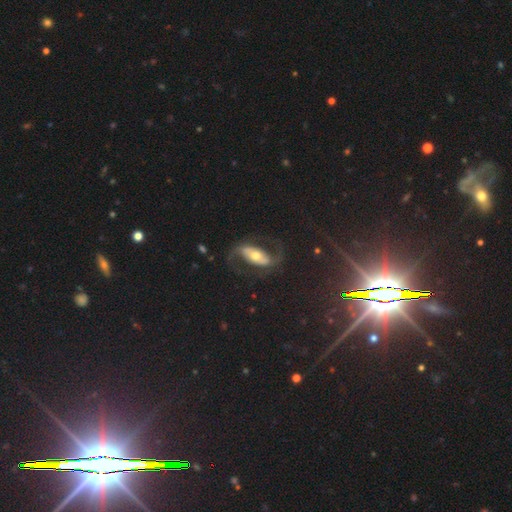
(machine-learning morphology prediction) Smooth or featured: featured or disk — 79% (smooth — 14%)
Edge-on disk: no — 93% (yes — 7%)
Bar: strong — 47% (no — 28%)
Spiral arms: yes — 91% (no — 9%)
Spiral winding: loose — 47% (medium — 41%)
Spiral arm count: 2 — 93% (can't tell — 3%)
Bulge size: moderate — 59% (small — 27%)
Merging: none — 71% (major disturbance — 14%)